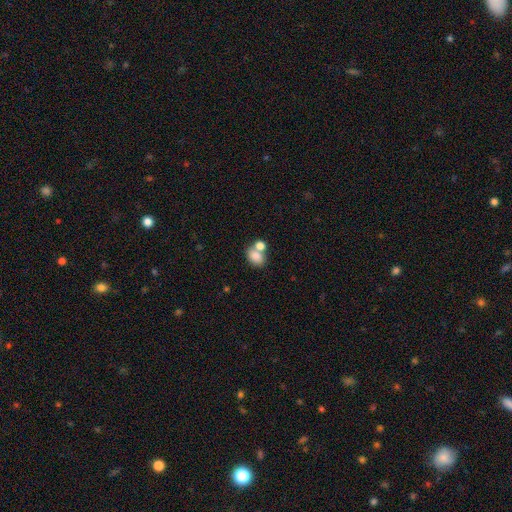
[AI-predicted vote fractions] A smooth galaxy with no disk features (80%) that is in between round and cigar-shaped (69%).

Vote fractions:
- Smooth or featured? smooth: 80% / featured or disk: 10% / star or artifact: 9%
- How rounded? in between: 69% / round: 30% / cigar-shaped: 1%
- Merging? merger: 46% / none: 39% / minor disturbance: 11% / major disturbance: 5%